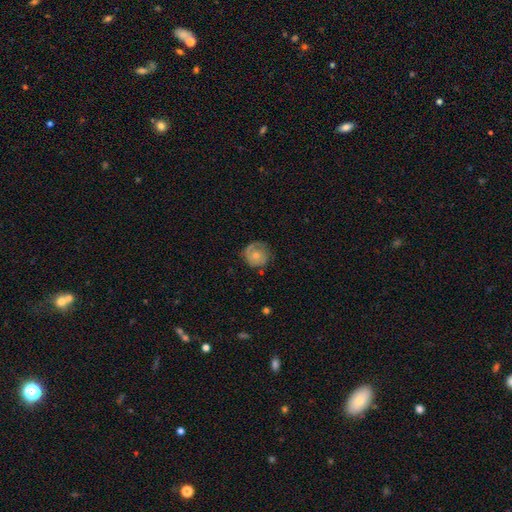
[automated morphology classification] Smooth or featured?
  - smooth: 48% *
  - featured or disk: 45%
  - star or artifact: 7%
Merging?
  - none: 68% *
  - minor disturbance: 21%
  - major disturbance: 8%
  - merger: 2%